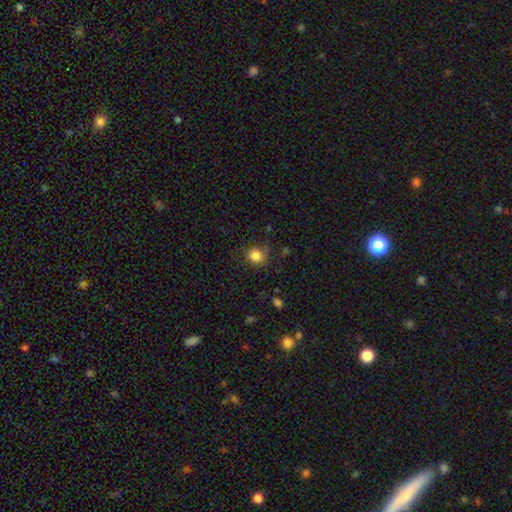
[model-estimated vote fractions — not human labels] Overall: smooth (84%). How rounded: round (79%). Merging: none (74%).